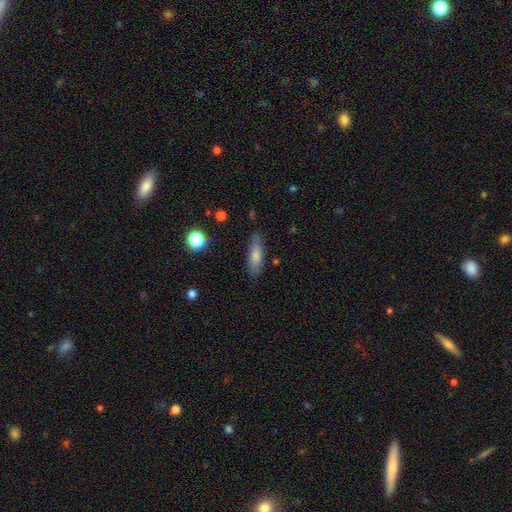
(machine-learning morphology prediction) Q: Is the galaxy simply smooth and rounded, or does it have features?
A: smooth — 78%.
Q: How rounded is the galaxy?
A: in between — 49%, tied with cigar-shaped.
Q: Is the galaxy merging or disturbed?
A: none — 82%.